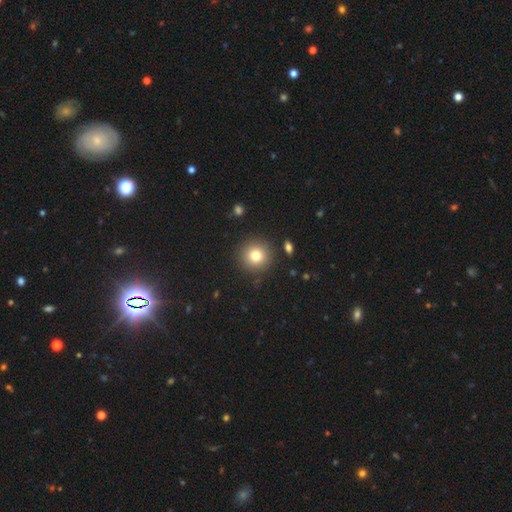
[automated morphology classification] The model was most divided on "smooth or featured": smooth: 79%, star or artifact: 12%, featured or disk: 9%. More confident: how rounded — round (94%); merging — none (89%).